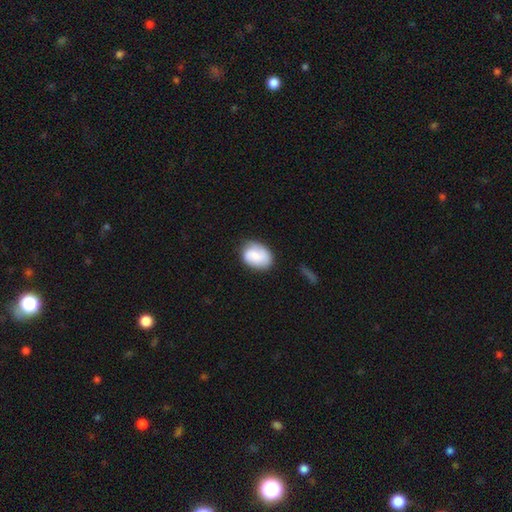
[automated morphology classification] Overall: smooth (69%). How rounded: in between (67%; round 32%). Merging: none (67%).